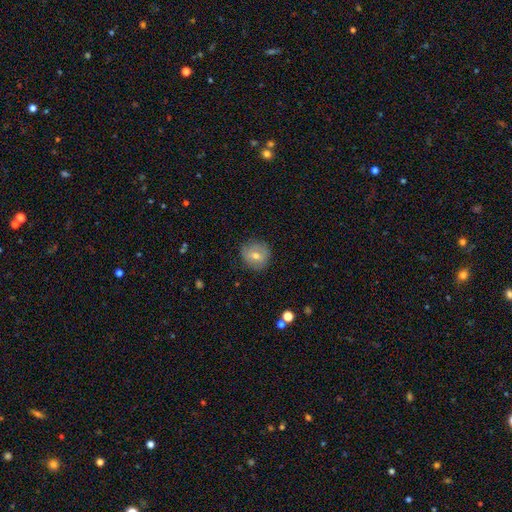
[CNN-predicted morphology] Overall: smooth (63%; featured or disk 26%). How rounded: round (89%). Merging: none (84%).